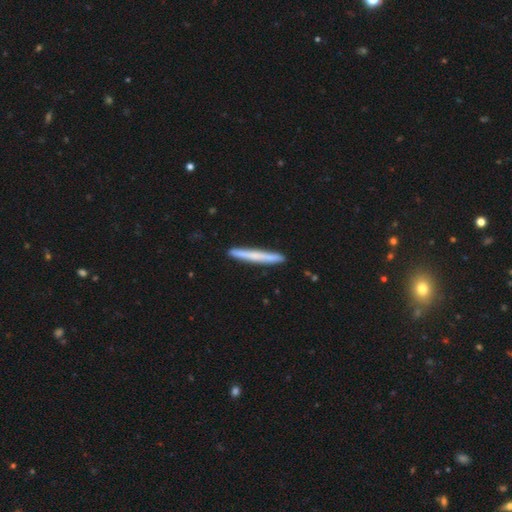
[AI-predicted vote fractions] Morphology: type=smooth (61%); roundness=cigar-shaped (97%); merging=none (91%).